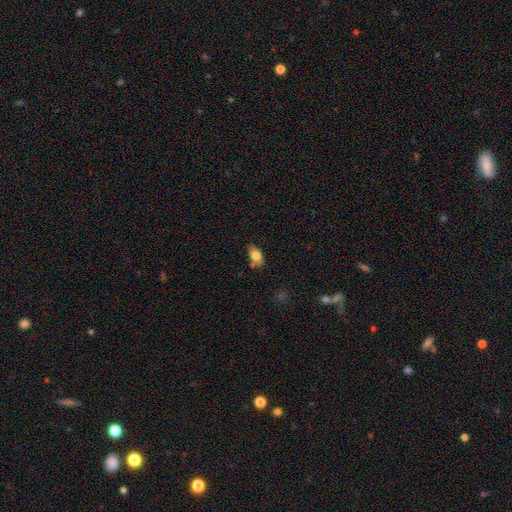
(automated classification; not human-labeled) A smooth galaxy with no disk features (79%) that is in between round and cigar-shaped (89%). Merging: none (71%).